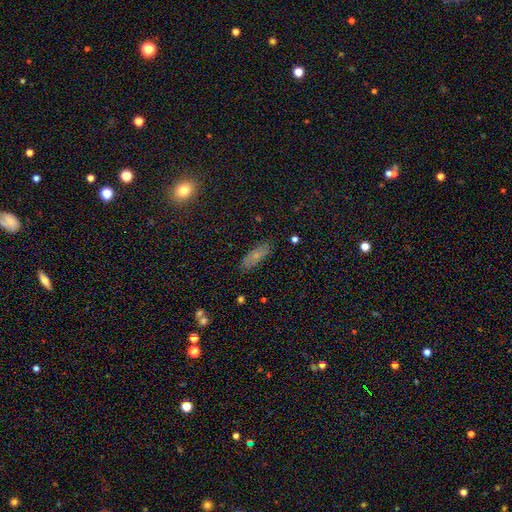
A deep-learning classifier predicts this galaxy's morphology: The model was most divided on "how rounded": in between: 67%, cigar-shaped: 30%, round: 3%. More confident: merging — none (83%); smooth or featured — smooth (67%).